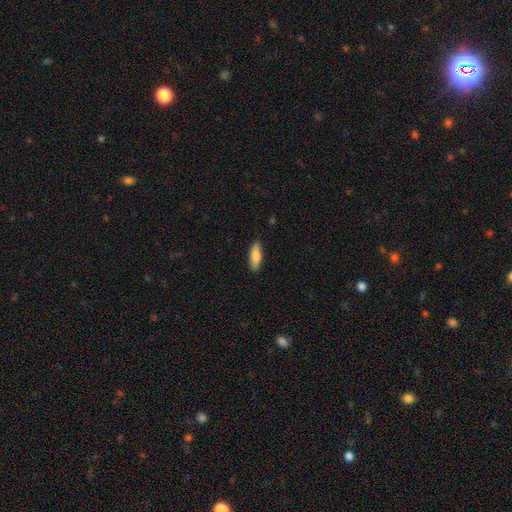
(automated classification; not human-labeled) Smooth or featured? smooth (82%)
How rounded? in between (52%)
Merging? none (87%)